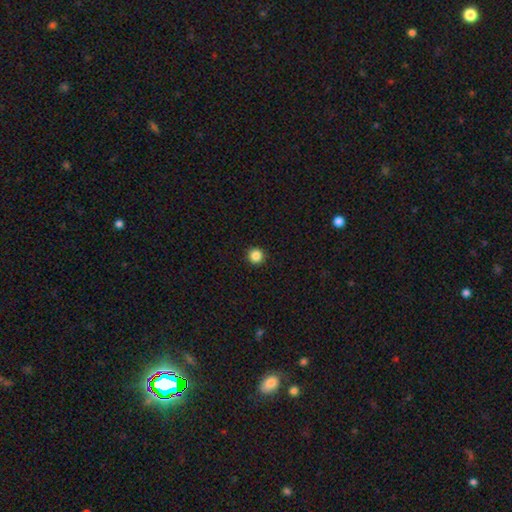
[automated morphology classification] Smooth or featured? Predicted: smooth (p=0.86). How rounded? Predicted: round (p=0.96). Merging? Predicted: none (p=0.94).